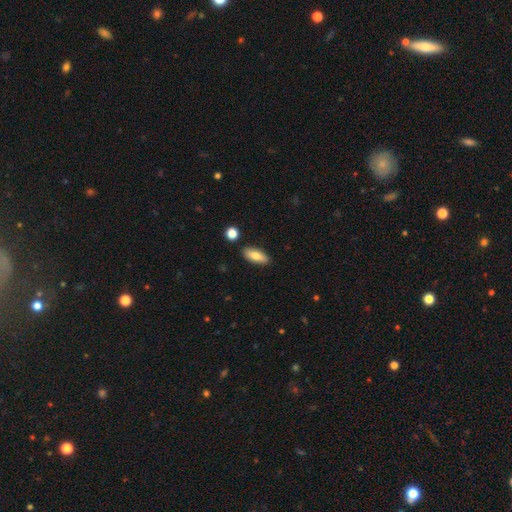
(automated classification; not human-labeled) A smooth galaxy with no disk features (77%) that is in between round and cigar-shaped (77%).

Vote fractions:
- Smooth or featured? smooth: 77% / featured or disk: 16% / star or artifact: 7%
- How rounded? in between: 77% / cigar-shaped: 20% / round: 3%
- Merging? none: 87% / minor disturbance: 9% / merger: 3% / major disturbance: 2%